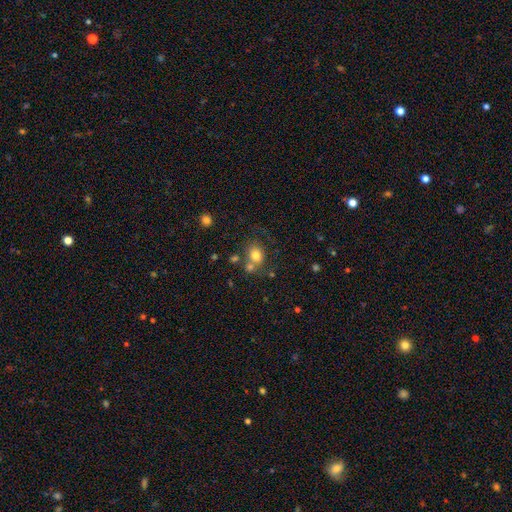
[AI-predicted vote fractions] smooth_or_featured: smooth (p=0.76) [alt: star or artifact p=0.12]
how_rounded: round (p=0.65) [alt: in between p=0.34]
merging: none (p=0.54) [alt: merger p=0.27]